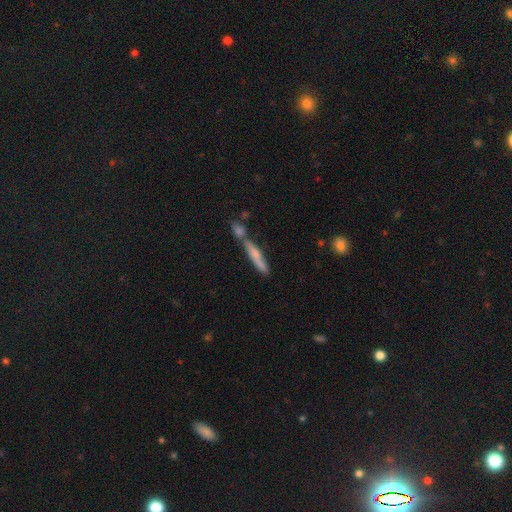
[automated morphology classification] Q: Smooth or featured?
A: smooth (60%); runner-up: featured or disk (33%)
Q: How rounded?
A: cigar-shaped (90%); runner-up: in between (8%)
Q: Merging?
A: none (47%); runner-up: merger (36%)